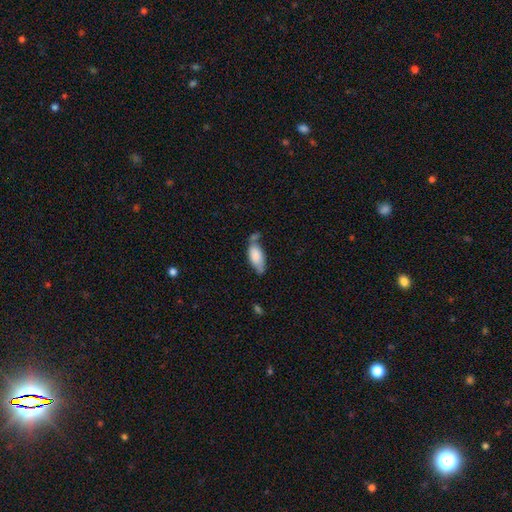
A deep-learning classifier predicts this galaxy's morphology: The model was most divided on "merging": none: 40%, minor disturbance: 29%, merger: 21%, major disturbance: 10%. More confident: how rounded — in between (87%); smooth or featured — smooth (81%).